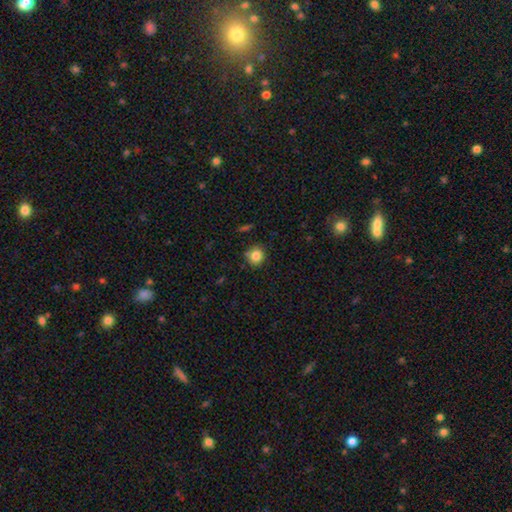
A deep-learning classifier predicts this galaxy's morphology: Smooth or featured: smooth — 84% (star or artifact — 10%)
How rounded: round — 85% (in between — 14%)
Merging: none — 81% (minor disturbance — 11%)